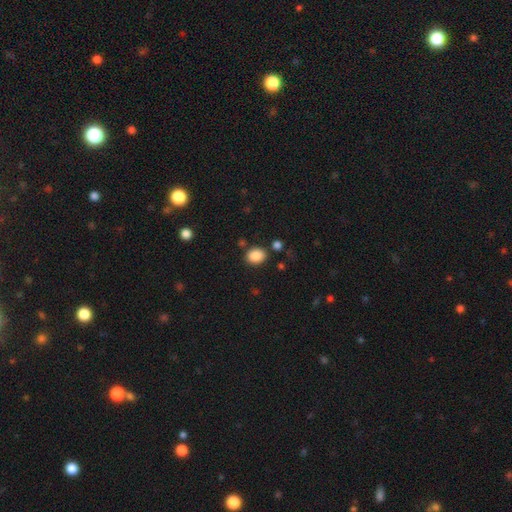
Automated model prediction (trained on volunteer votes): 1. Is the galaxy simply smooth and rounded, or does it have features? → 87% smooth, 9% star or artifact, 4% featured or disk.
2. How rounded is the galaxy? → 55% in between, 44% round, 1% cigar-shaped.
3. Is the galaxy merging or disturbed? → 82% none, 10% minor disturbance, 4% merger, 3% major disturbance.